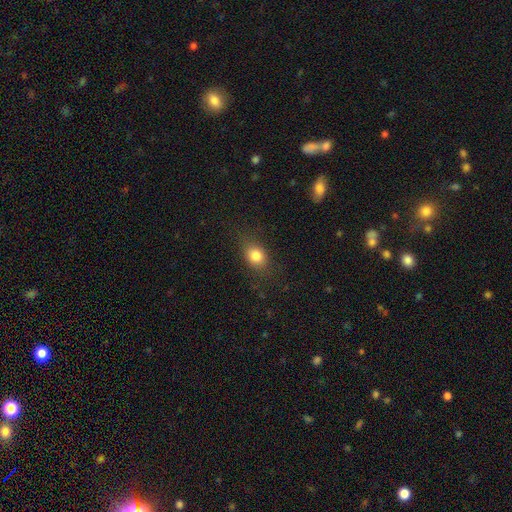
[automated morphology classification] Smooth or featured? Predicted: smooth (p=0.82). How rounded? Predicted: in between (p=0.54). Merging? Predicted: none (p=0.79).